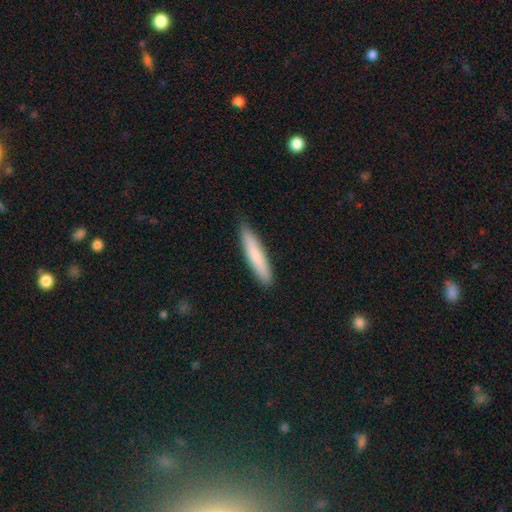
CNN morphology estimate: Smooth or featured?
  - smooth: 79% *
  - featured or disk: 15%
  - star or artifact: 5%
How rounded?
  - cigar-shaped: 90% *
  - in between: 9%
  - round: 1%
Merging?
  - none: 88% *
  - minor disturbance: 9%
  - major disturbance: 2%
  - merger: 1%